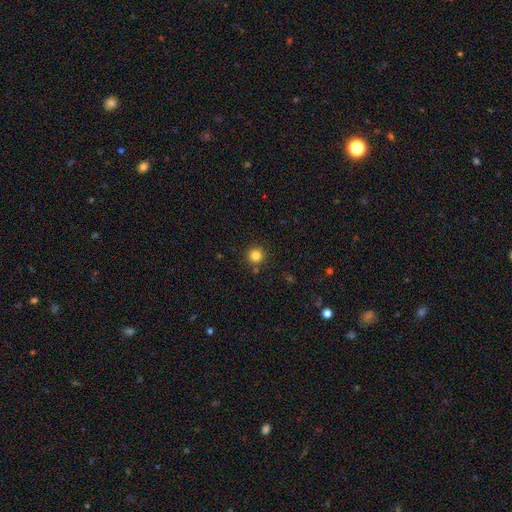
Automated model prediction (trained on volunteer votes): Smooth or featured?
  - smooth: 83% *
  - star or artifact: 12%
  - featured or disk: 5%
How rounded?
  - round: 95% *
  - in between: 4%
  - cigar-shaped: 1%
Merging?
  - none: 88% *
  - minor disturbance: 6%
  - merger: 4%
  - major disturbance: 2%